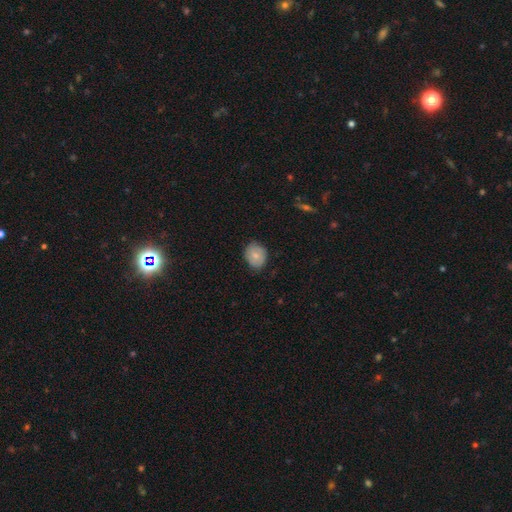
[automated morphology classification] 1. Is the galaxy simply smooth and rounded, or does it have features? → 68% smooth, 25% featured or disk, 7% star or artifact.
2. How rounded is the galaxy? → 60% round, 39% in between, 1% cigar-shaped.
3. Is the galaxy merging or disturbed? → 73% none, 22% minor disturbance, 3% major disturbance, 1% merger.